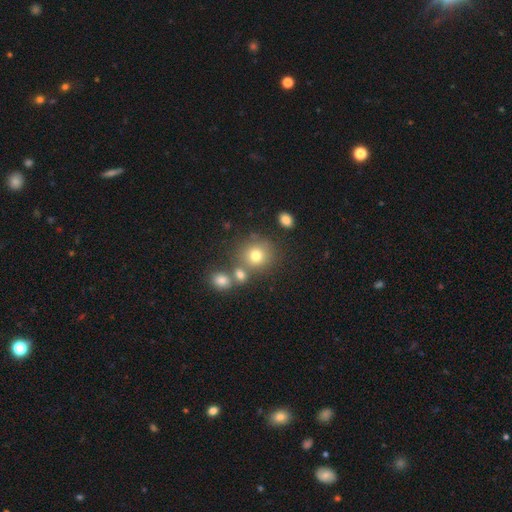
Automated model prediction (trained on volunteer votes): This appears to be a smooth galaxy with no disk features (74%) that is round (85%). Merging: none (62%).